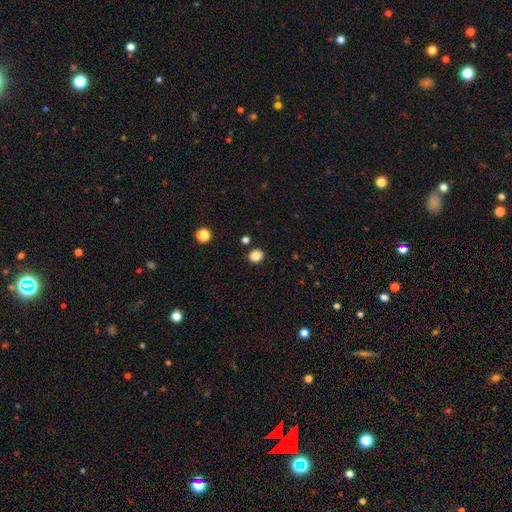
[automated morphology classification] The model was most divided on "how rounded": round: 76%, in between: 23%, cigar-shaped: 1%. More confident: merging — none (89%); smooth or featured — smooth (85%).